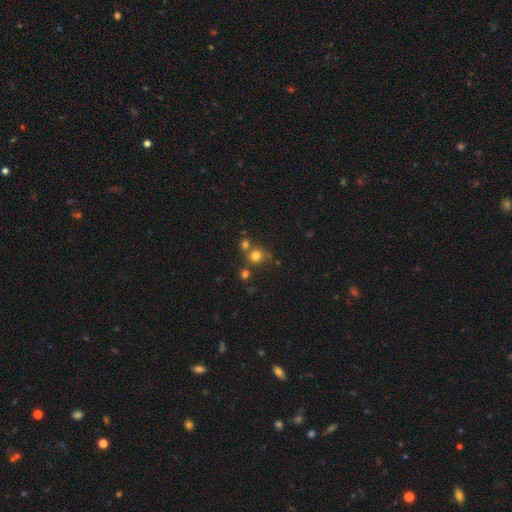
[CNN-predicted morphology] Smooth or featured: smooth — 75% (star or artifact — 16%)
How rounded: round — 85% (in between — 14%)
Merging: none — 62% (merger — 25%)